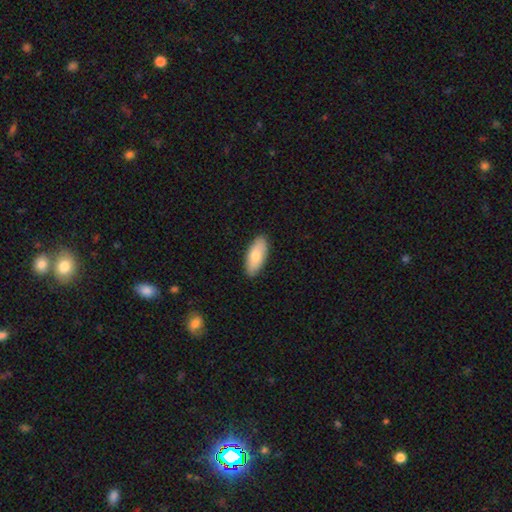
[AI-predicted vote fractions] This is likely a smooth galaxy (79%). How rounded: clearly in between (84%). Merging: clearly none (89%).